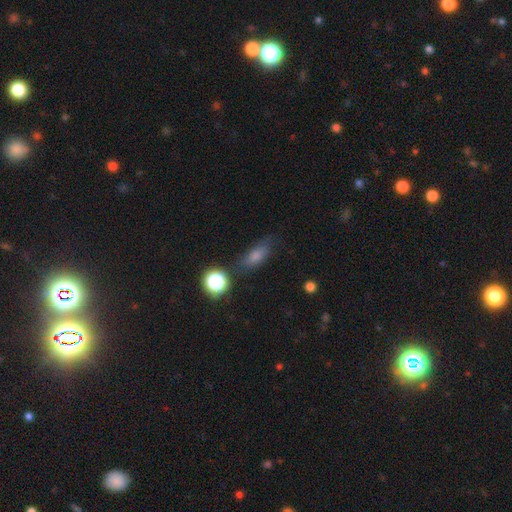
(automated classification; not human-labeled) Smooth or featured? Predicted: smooth (p=0.67). How rounded? Predicted: in between (p=0.67). Merging? Predicted: none (p=0.69).